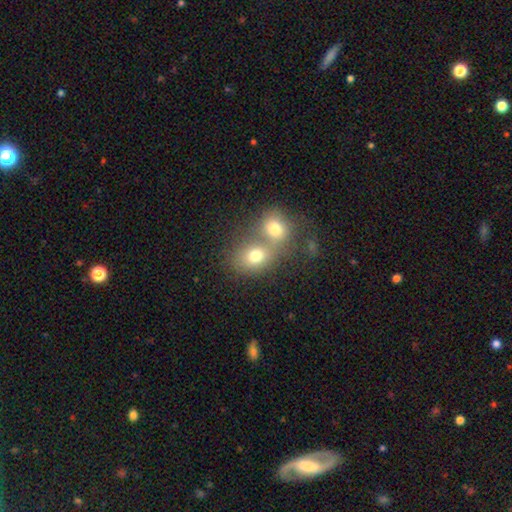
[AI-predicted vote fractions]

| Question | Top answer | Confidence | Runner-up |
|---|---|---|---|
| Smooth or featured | smooth | 73% | featured or disk (14%) |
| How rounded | round | 58% | in between (41%) |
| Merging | merger | 59% | none (31%) |